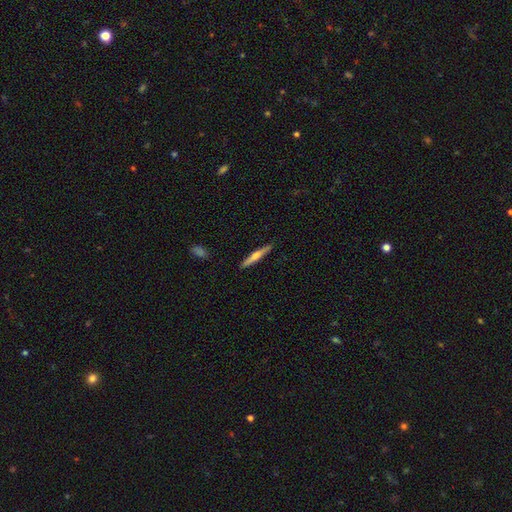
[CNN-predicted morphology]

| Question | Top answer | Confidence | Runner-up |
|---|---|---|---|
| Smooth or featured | smooth | 48% | featured or disk (47%) |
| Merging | none | 90% | minor disturbance (7%) |